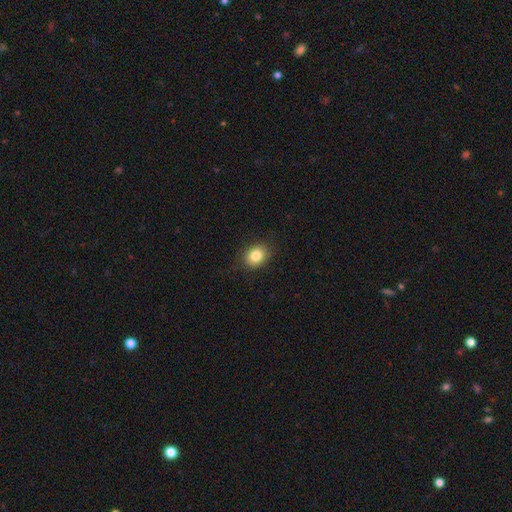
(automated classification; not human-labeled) This appears to be a smooth galaxy with no disk features (83%) that is in between round and cigar-shaped (50%). Merging: none (86%).